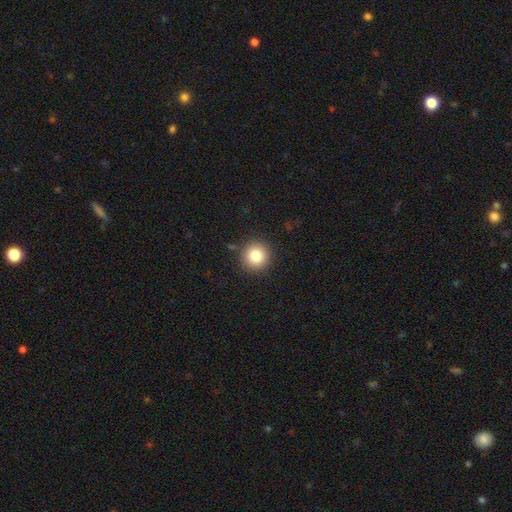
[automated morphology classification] Overall: smooth (82%). How rounded: round (94%). Merging: none (90%).